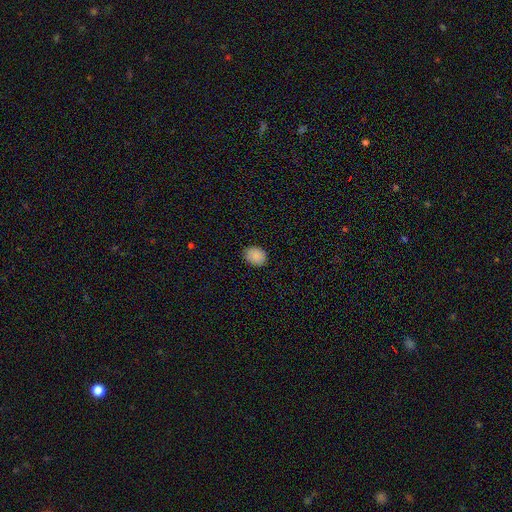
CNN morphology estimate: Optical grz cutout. It shows a smooth galaxy with no disk features (88%) that is round (56%). Merging: none (87%).